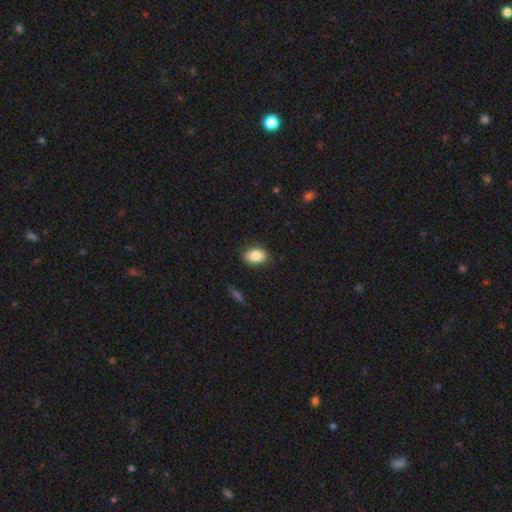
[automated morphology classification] type=smooth (85%); roundness=in between (82%); merging=none (85%).